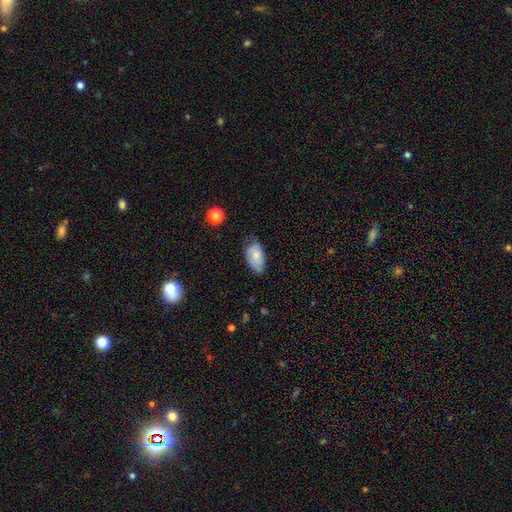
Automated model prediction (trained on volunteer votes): Q: Smooth or featured?
A: smooth (71%); runner-up: featured or disk (21%)
Q: How rounded?
A: in between (93%); runner-up: round (5%)
Q: Merging?
A: none (48%); runner-up: minor disturbance (41%)